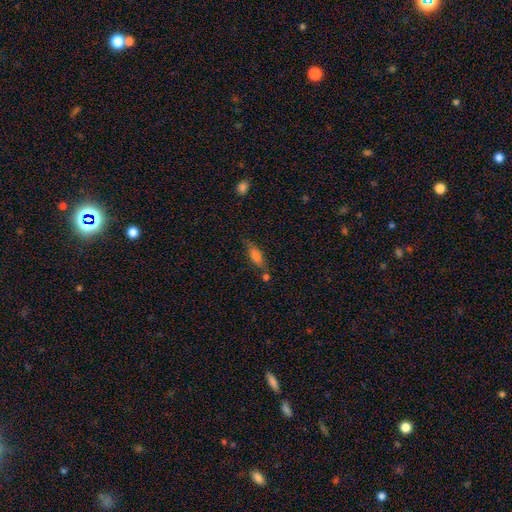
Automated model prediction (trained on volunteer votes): Smooth or featured? Predicted: smooth (p=0.69). How rounded? Predicted: in between (p=0.57). Merging? Predicted: none (p=0.60).